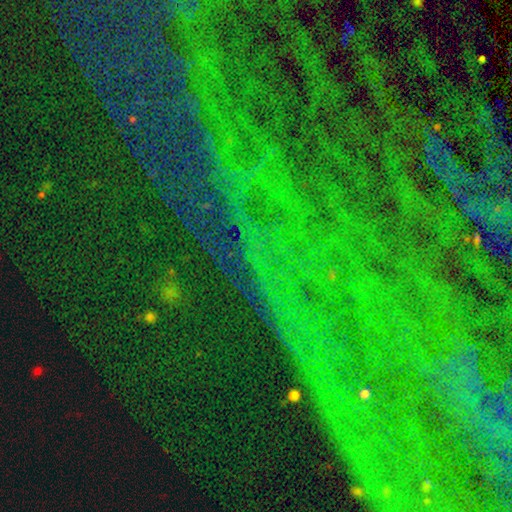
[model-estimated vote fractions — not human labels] Smooth or featured? star or artifact (84%)